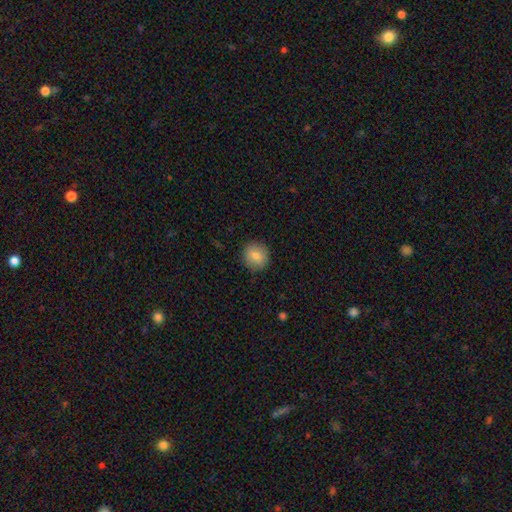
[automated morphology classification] smooth 80%, featured or disk 11%, star or artifact 9%. Down the decision tree: how rounded — round (91%); merging — none (89%).